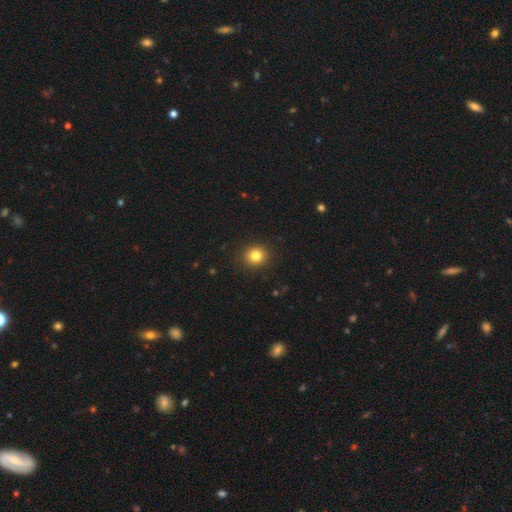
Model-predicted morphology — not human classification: Smooth or featured?
  - smooth: 82% *
  - star or artifact: 12%
  - featured or disk: 6%
How rounded?
  - round: 87% *
  - in between: 12%
  - cigar-shaped: 1%
Merging?
  - none: 92% *
  - minor disturbance: 5%
  - major disturbance: 2%
  - merger: 1%